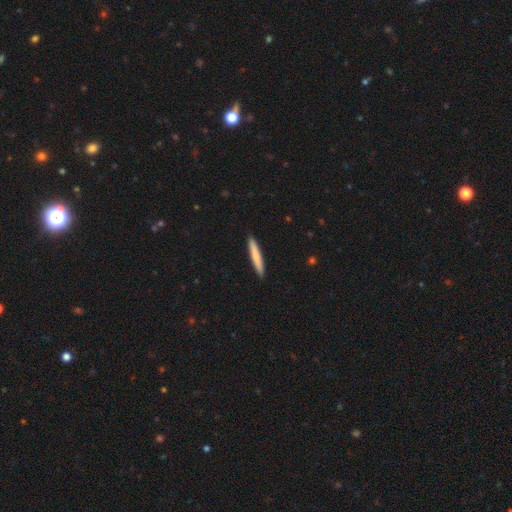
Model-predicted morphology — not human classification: Smooth or featured?
  - smooth: 75% *
  - featured or disk: 20%
  - star or artifact: 5%
How rounded?
  - cigar-shaped: 95% *
  - in between: 4%
  - round: 1%
Merging?
  - none: 92% *
  - minor disturbance: 6%
  - major disturbance: 1%
  - merger: 1%